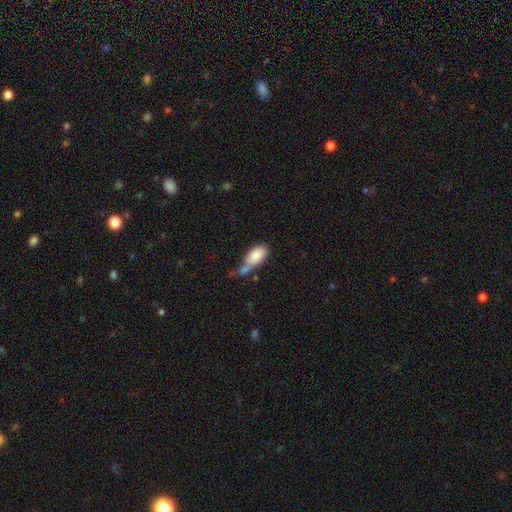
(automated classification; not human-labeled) Smooth or featured?
  - smooth: 84% *
  - featured or disk: 9%
  - star or artifact: 7%
How rounded?
  - in between: 92% *
  - round: 5%
  - cigar-shaped: 3%
Merging?
  - merger: 38% *
  - none: 33%
  - minor disturbance: 20%
  - major disturbance: 9%